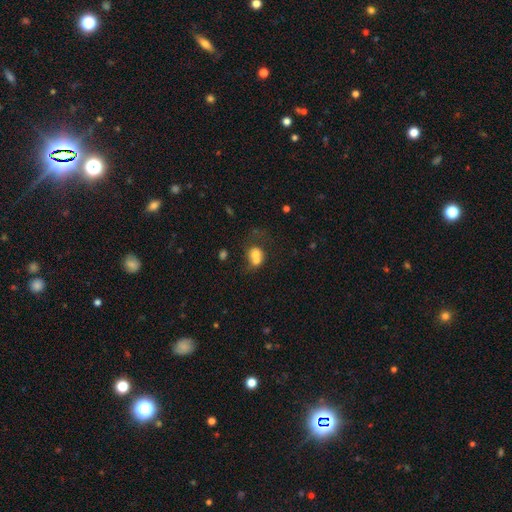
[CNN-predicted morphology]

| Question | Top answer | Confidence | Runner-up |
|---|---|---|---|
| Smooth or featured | smooth | 68% | featured or disk (22%) |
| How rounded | round | 68% | in between (31%) |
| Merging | merger | 65% | none (21%) |